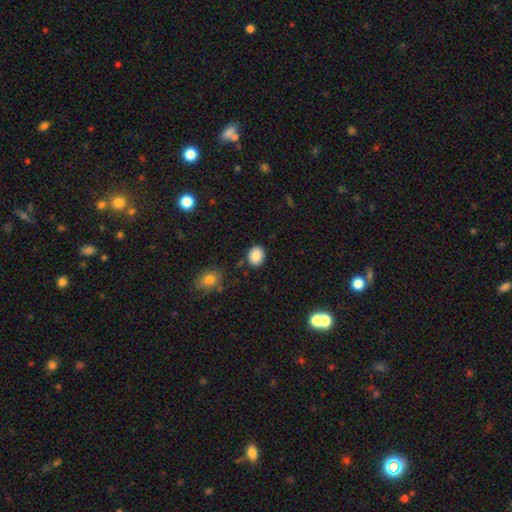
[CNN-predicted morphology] The model was most divided on "how rounded": in between: 53%, round: 46%, cigar-shaped: 1%. More confident: smooth or featured — smooth (88%); merging — none (84%).